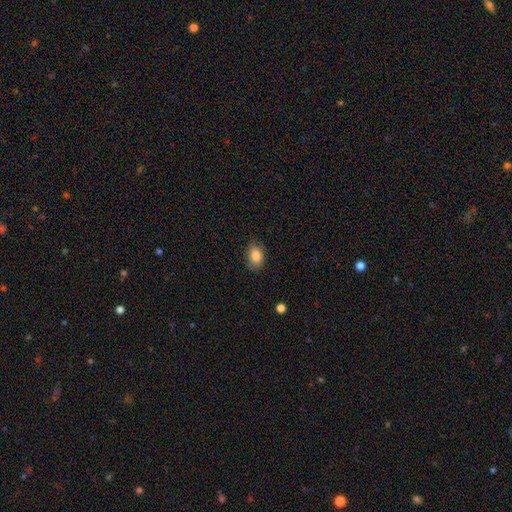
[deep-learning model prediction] This appears to be a smooth galaxy with no disk features (85%) that is in between round and cigar-shaped (79%). Merging: none (76%).